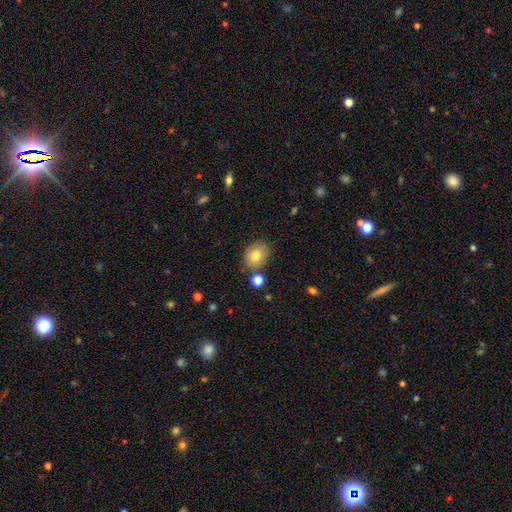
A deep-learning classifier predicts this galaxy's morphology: type=smooth (80%); roundness=round (54%); merging=none (77%).